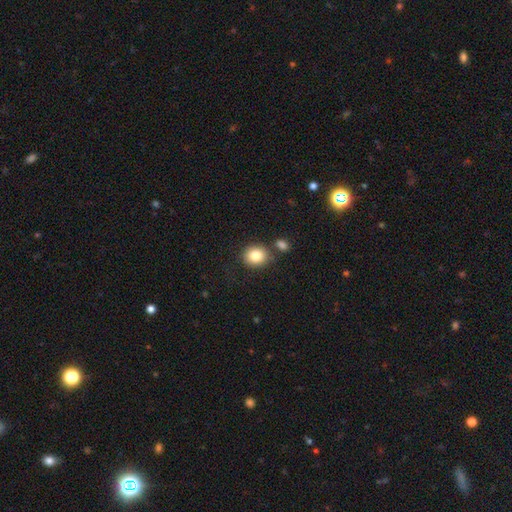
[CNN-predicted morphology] The model was most divided on "how rounded": round: 76%, in between: 23%, cigar-shaped: 1%. More confident: smooth or featured — smooth (83%); merging — none (72%).